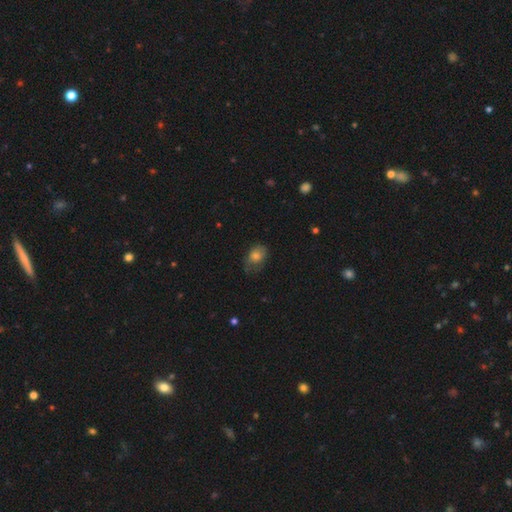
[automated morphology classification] type=smooth (69%); roundness=in between (70%); merging=none (58%).